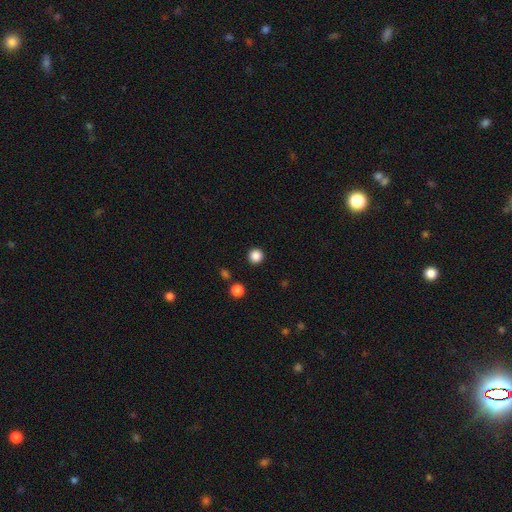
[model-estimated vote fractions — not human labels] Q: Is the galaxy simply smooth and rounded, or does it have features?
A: smooth — 86%.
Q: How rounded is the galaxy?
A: round — 96%.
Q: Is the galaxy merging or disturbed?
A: none — 92%.